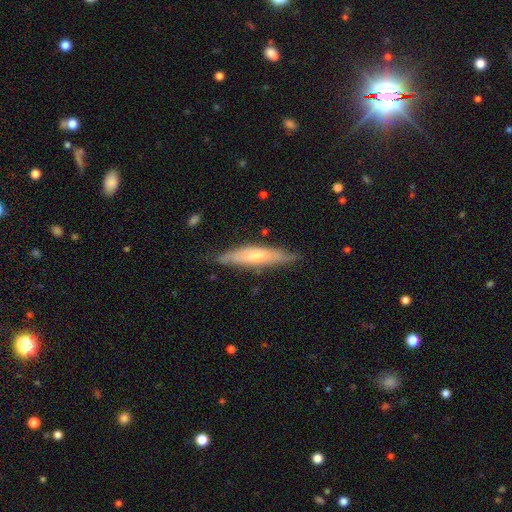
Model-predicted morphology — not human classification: type=smooth (48%); merging=none (78%).